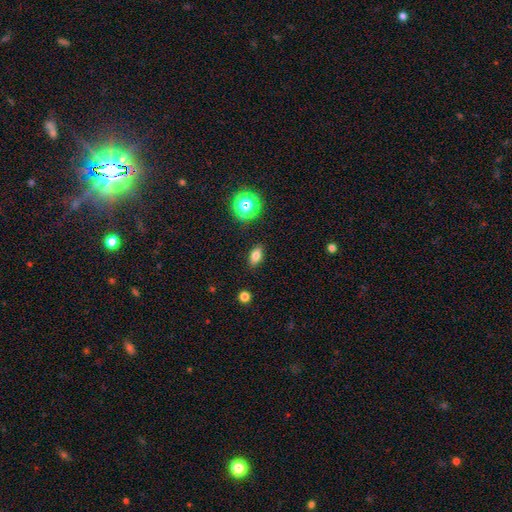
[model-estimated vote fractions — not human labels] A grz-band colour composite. It shows a smooth galaxy with no disk features (76%) that is in between round and cigar-shaped (83%). Merging: none (88%).